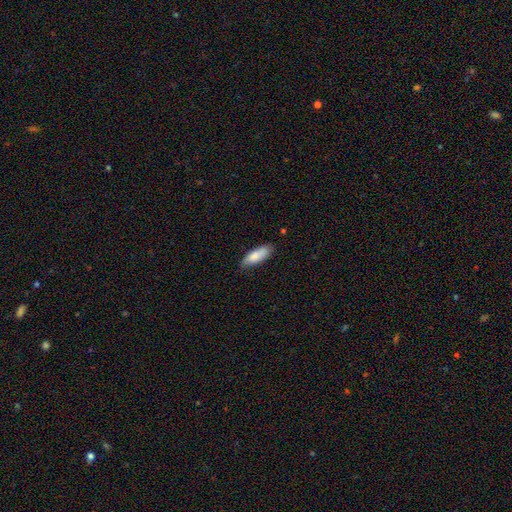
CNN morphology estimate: Overall: smooth (83%). How rounded: in between (62%; cigar-shaped 37%). Merging: none (71%).